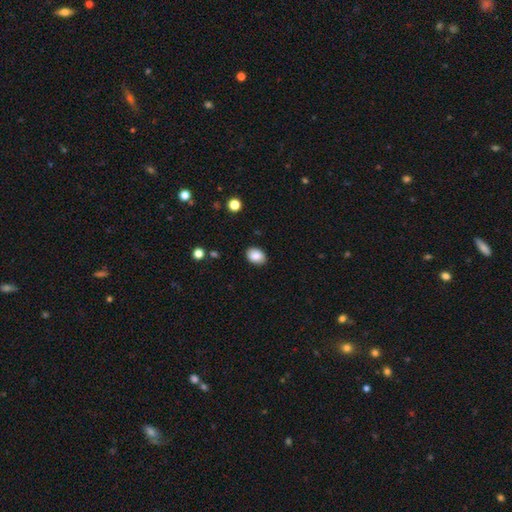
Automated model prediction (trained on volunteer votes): A smooth galaxy with no disk features (87%) that is in between round and cigar-shaped (72%). Merging: none (88%).